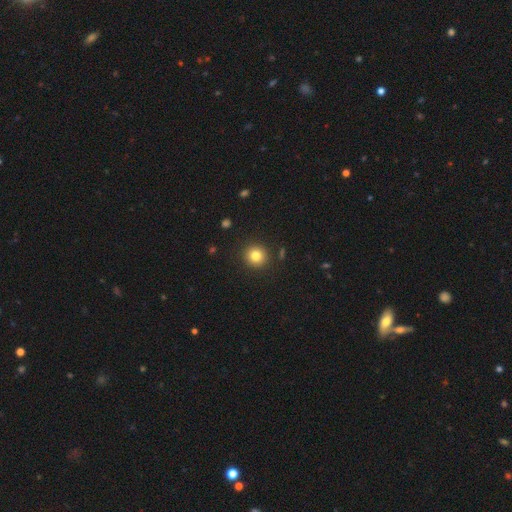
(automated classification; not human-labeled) A smooth galaxy with no disk features (82%) that is round (92%).

Vote fractions:
- Smooth or featured? smooth: 82% / star or artifact: 11% / featured or disk: 7%
- How rounded? round: 92% / in between: 7% / cigar-shaped: 1%
- Merging? none: 90% / minor disturbance: 6% / major disturbance: 2% / merger: 2%